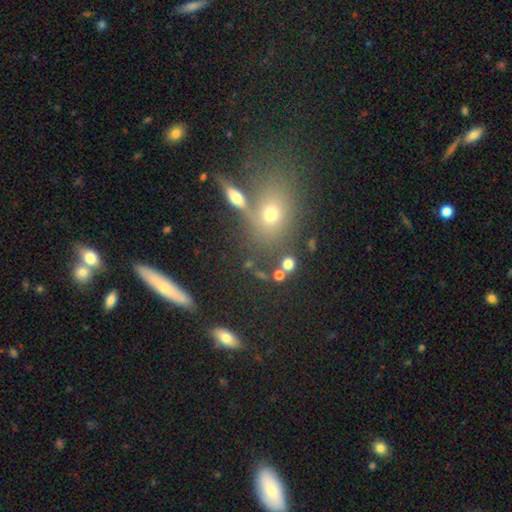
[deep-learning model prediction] Morphology: type=smooth (49%); merging=none (70%).